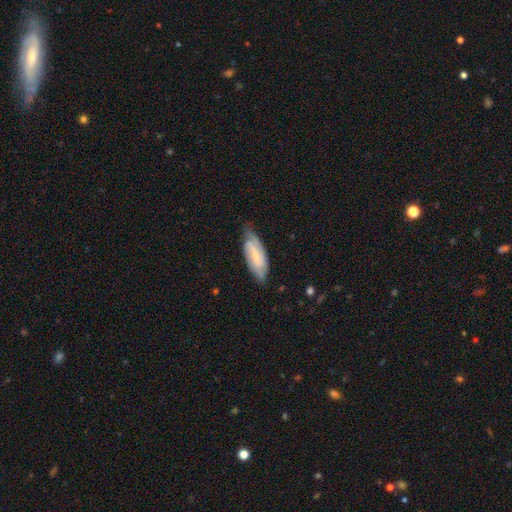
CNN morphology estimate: Smooth or featured: featured or disk — 66% (smooth — 28%)
Edge-on disk: no — 89% (yes — 11%)
Bar: weak — 42% (no — 38%)
Spiral arms: yes — 90% (no — 10%)
Spiral winding: medium — 42% (tied with tight — 42%)
Spiral arm count: 2 — 61% (can't tell — 23%)
Bulge size: small — 67% (moderate — 22%)
Merging: none — 68% (minor disturbance — 24%)